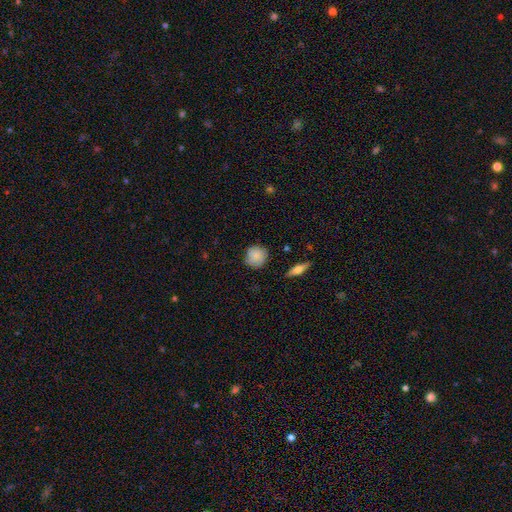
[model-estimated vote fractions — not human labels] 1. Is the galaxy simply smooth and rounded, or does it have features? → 83% smooth, 10% featured or disk, 7% star or artifact.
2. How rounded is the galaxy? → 91% round, 8% in between, 1% cigar-shaped.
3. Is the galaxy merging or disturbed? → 79% none, 17% minor disturbance, 3% major disturbance, 2% merger.